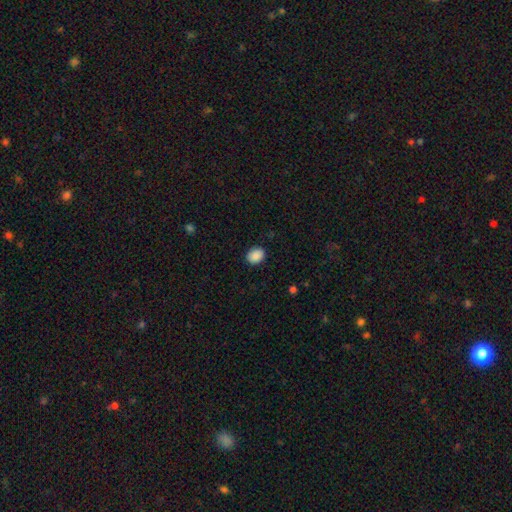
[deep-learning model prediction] Morphology: type=smooth (90%); roundness=in between (56%); merging=none (89%).